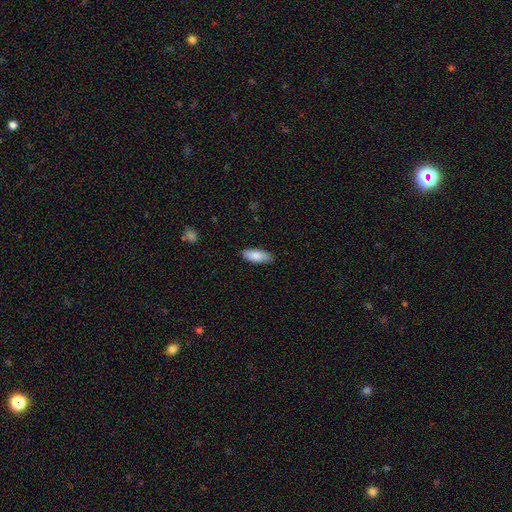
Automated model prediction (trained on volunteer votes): Smooth or featured? smooth (85%)
How rounded? in between (69%)
Merging? none (86%)